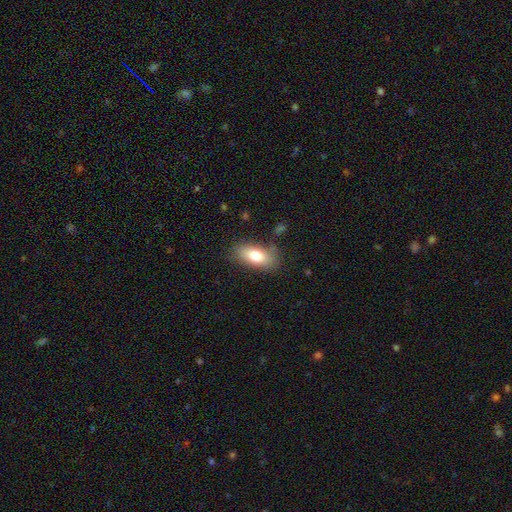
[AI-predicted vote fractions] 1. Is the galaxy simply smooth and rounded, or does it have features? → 76% smooth, 17% featured or disk, 8% star or artifact.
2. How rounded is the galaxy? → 86% in between, 9% cigar-shaped, 5% round.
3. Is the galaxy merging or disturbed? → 79% none, 14% minor disturbance, 4% major disturbance, 2% merger.